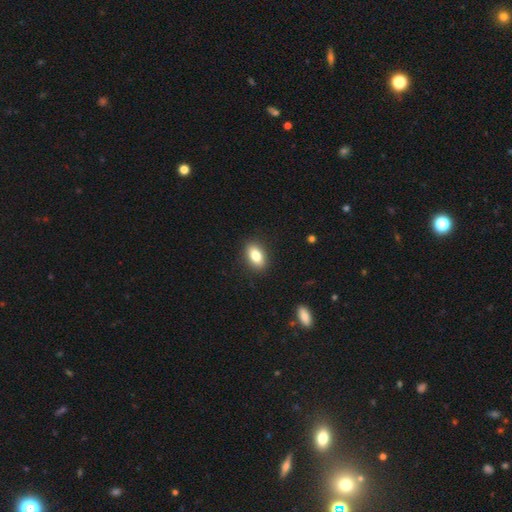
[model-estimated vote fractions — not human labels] The model was most divided on "smooth or featured": smooth: 82%, featured or disk: 10%, star or artifact: 8%. More confident: merging — none (89%); how rounded — in between (87%).